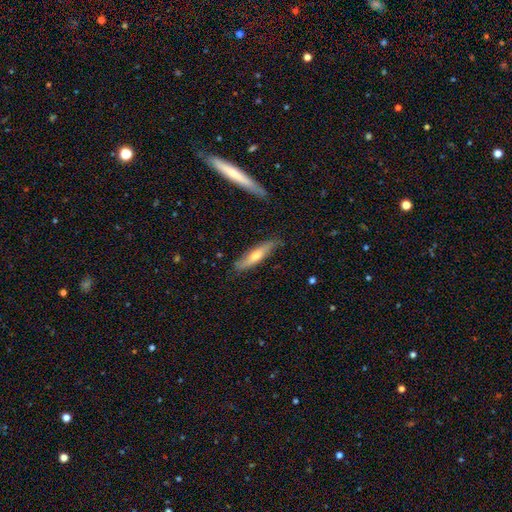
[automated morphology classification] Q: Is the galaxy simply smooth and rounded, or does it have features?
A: smooth — 49%.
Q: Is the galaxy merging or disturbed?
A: none — 80%.